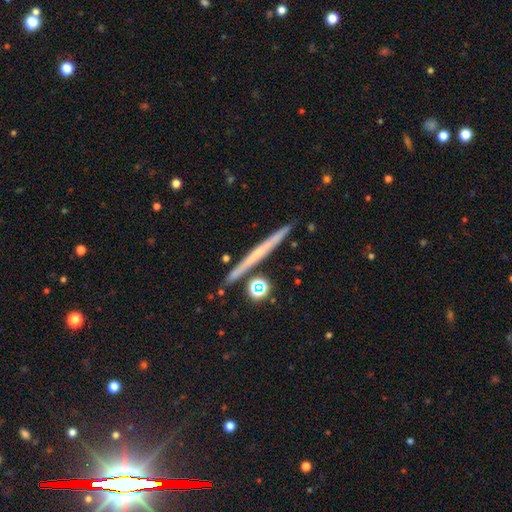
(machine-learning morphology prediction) Q: Smooth or featured?
A: featured or disk (54%); runner-up: smooth (35%)
Q: Edge-on disk?
A: yes (96%); runner-up: no (4%)
Q: Edge-on bulge?
A: none (82%); runner-up: rounded (14%)
Q: Merging?
A: none (88%); runner-up: minor disturbance (7%)